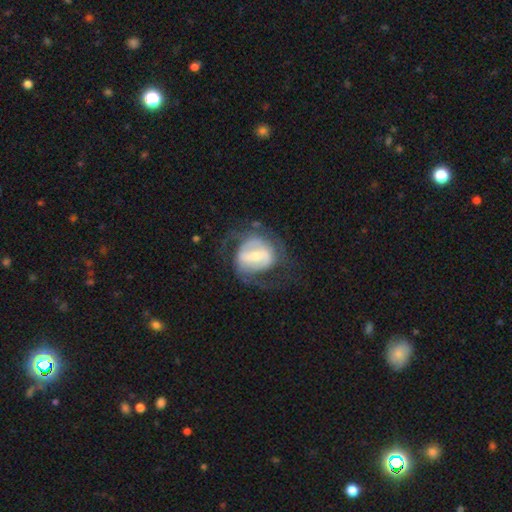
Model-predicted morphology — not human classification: This is likely a featured or disk galaxy (72%). It is clearly not viewed edge-on (96%). Bar: marginally weak (42%). Spiral arm pattern: likely yes (73%). Spiral arm count: likely 2 (62%). Spiral winding: marginally medium (43%). Central bulge: possibly small (45%). Merging: possibly none (54%).